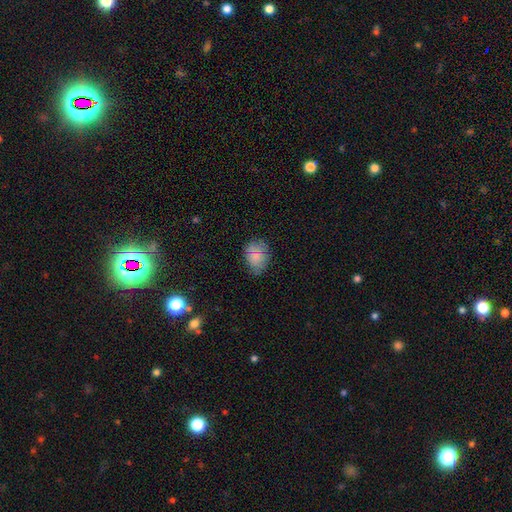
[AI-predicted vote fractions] Smooth or featured? smooth (77%)
How rounded? in between (62%)
Merging? none (67%)